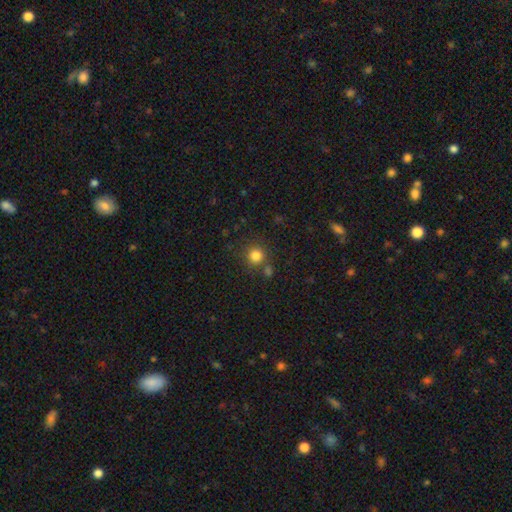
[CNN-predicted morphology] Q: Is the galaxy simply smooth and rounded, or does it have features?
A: smooth — 81%.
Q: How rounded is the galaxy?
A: round — 93%.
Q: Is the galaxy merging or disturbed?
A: none — 77%.